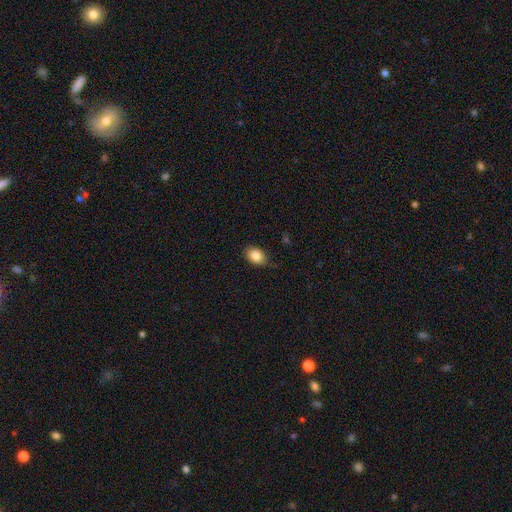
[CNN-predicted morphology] A smooth galaxy with no disk features (86%) that is in between round and cigar-shaped (78%). Merging: none (83%).